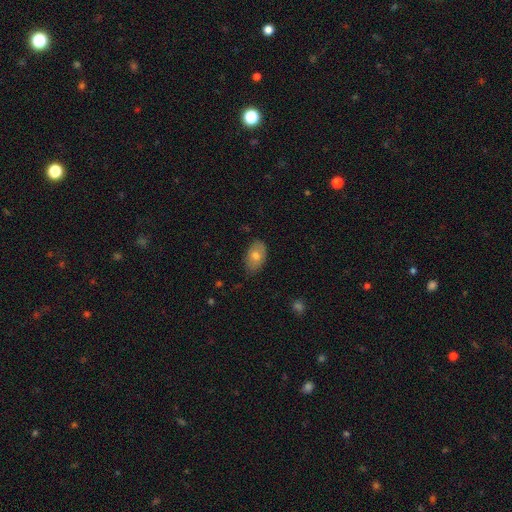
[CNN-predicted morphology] This appears to be a smooth galaxy with no disk features (71%) that is in between round and cigar-shaped (90%). Merging: none (75%).